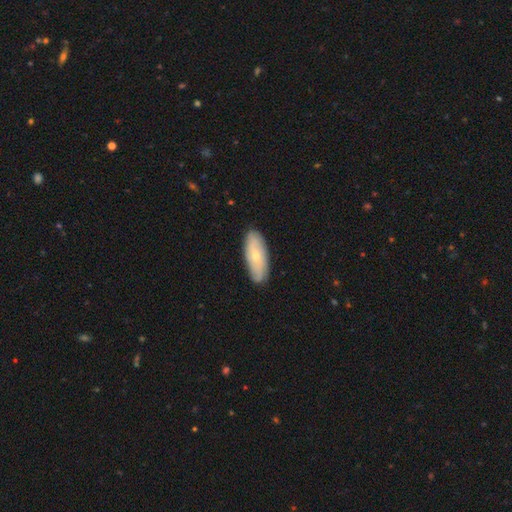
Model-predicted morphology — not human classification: smooth 54%, featured or disk 40%, star or artifact 6%. Down the decision tree: how rounded — in between (71%); merging — none (85%).